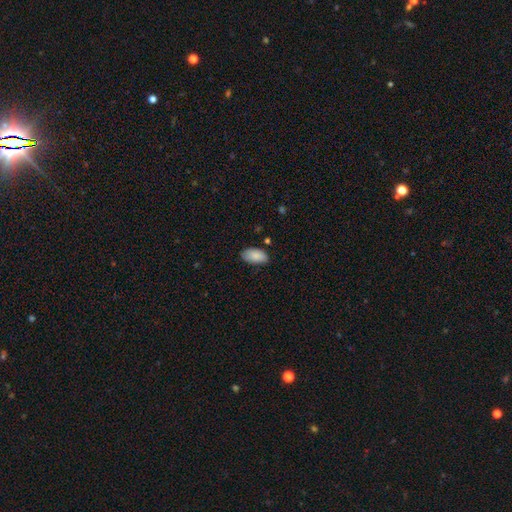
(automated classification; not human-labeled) smooth-or-featured: smooth: 88% | star or artifact: 6% | featured or disk: 5%
  how-rounded: in between: 95% | round: 3% | cigar-shaped: 3%
  merging: none: 80% | minor disturbance: 16% | major disturbance: 3% | merger: 2%